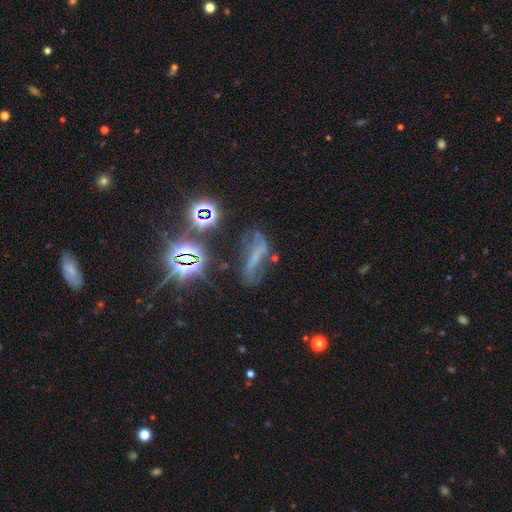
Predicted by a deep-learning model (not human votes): Overall: featured or disk (47%; star or artifact 33%). Merging: none (46%; major disturbance 25%).